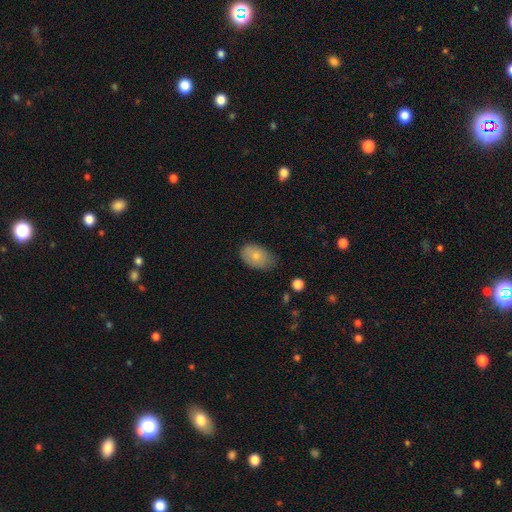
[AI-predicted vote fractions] Smooth or featured?
  - smooth: 77% *
  - featured or disk: 16%
  - star or artifact: 7%
How rounded?
  - in between: 86% *
  - round: 13%
  - cigar-shaped: 1%
Merging?
  - none: 58% *
  - minor disturbance: 34%
  - major disturbance: 7%
  - merger: 2%